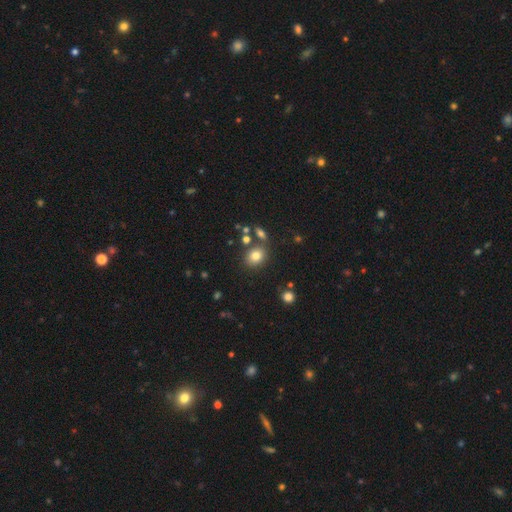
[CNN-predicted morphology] Smooth or featured? Predicted: smooth (p=0.79). How rounded? Predicted: round (p=0.54). Merging? Predicted: none (p=0.74).